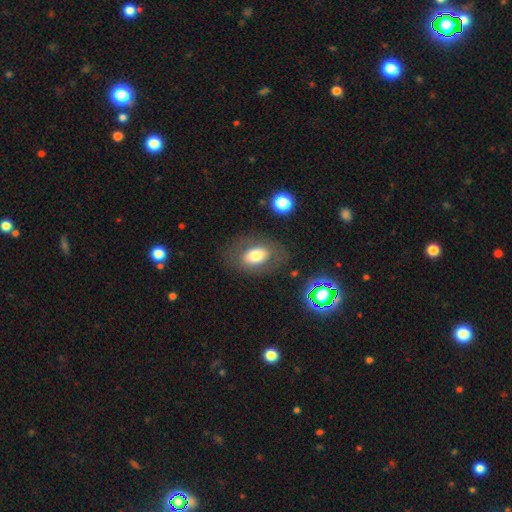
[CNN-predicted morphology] Smooth or featured: smooth — 66% (featured or disk — 25%)
How rounded: in between — 81% (round — 17%)
Merging: none — 76% (minor disturbance — 13%)